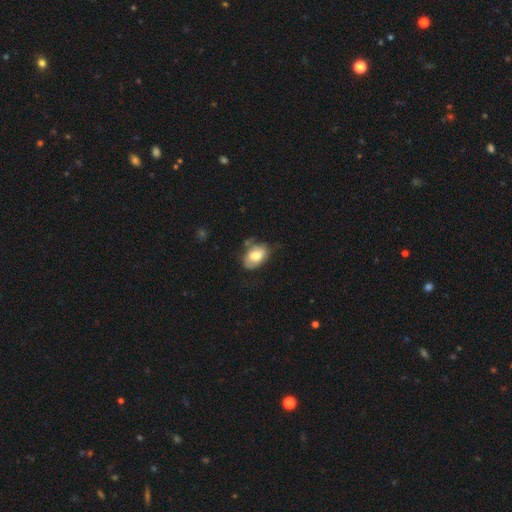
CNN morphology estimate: type=smooth (71%); roundness=in between (88%); merging=none (54%).